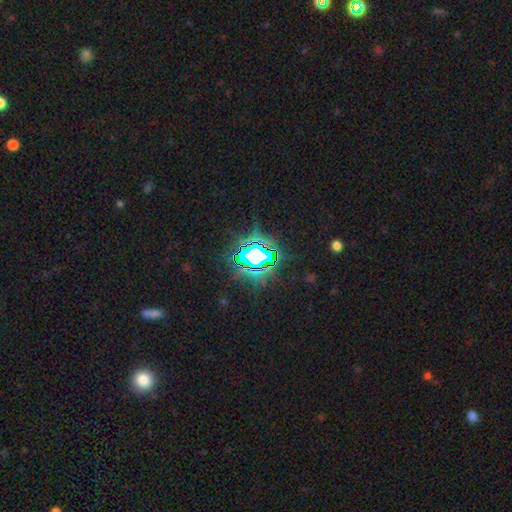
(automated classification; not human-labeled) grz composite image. It shows a star or artifact, not a galaxy (76%).